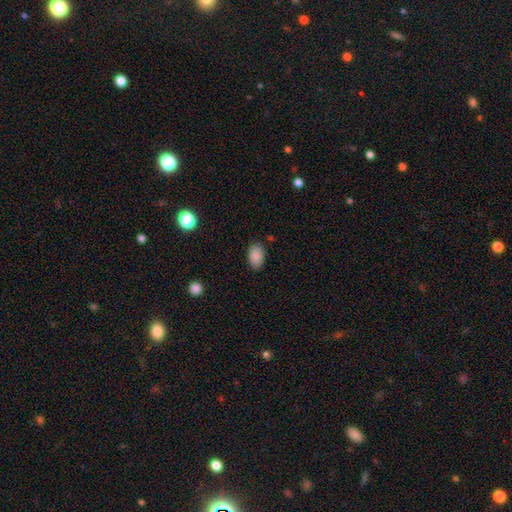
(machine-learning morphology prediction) This is clearly a smooth galaxy (88%). How rounded: clearly in between (90%). Merging: clearly none (82%).